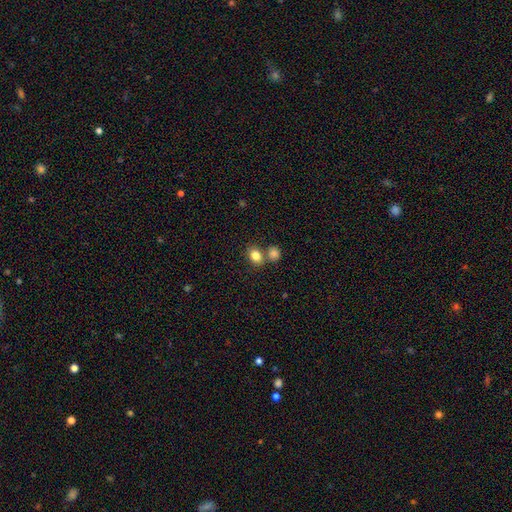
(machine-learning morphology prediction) Q: Smooth or featured?
A: smooth (83%); runner-up: star or artifact (10%)
Q: How rounded?
A: in between (51%); runner-up: round (48%)
Q: Merging?
A: none (57%); runner-up: merger (31%)